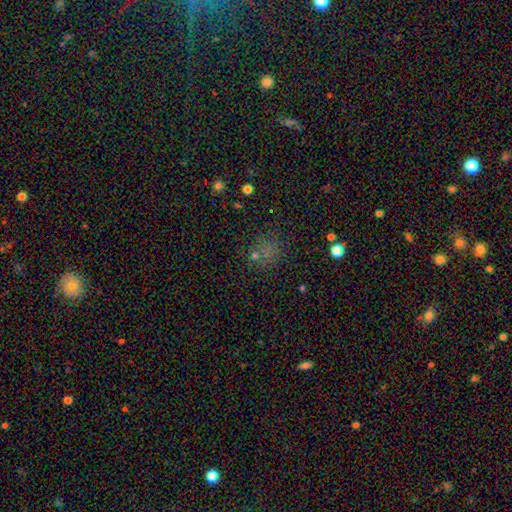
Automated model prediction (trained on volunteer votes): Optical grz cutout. It shows a smooth galaxy with no disk features (56%) that is round (77%). Merging: none (69%).